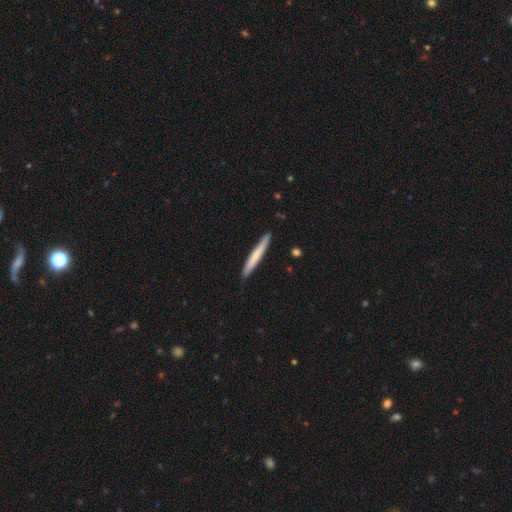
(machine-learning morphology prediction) Smooth or featured?
  - smooth: 64% *
  - featured or disk: 31%
  - star or artifact: 5%
How rounded?
  - cigar-shaped: 97% *
  - in between: 2%
  - round: 1%
Merging?
  - none: 88% *
  - minor disturbance: 9%
  - major disturbance: 1%
  - merger: 1%